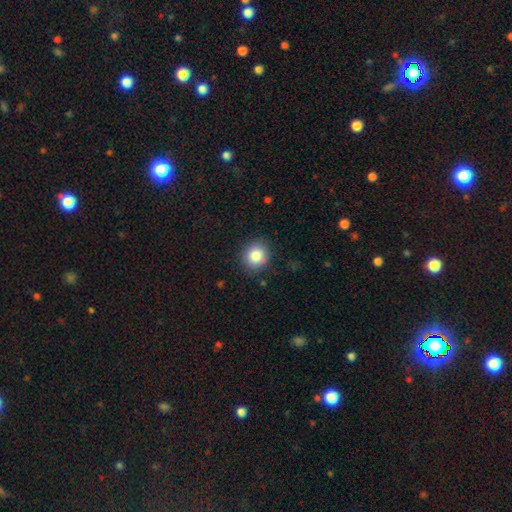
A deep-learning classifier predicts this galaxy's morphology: This appears to be a smooth galaxy with no disk features (85%) that is round (82%). Merging: none (87%).